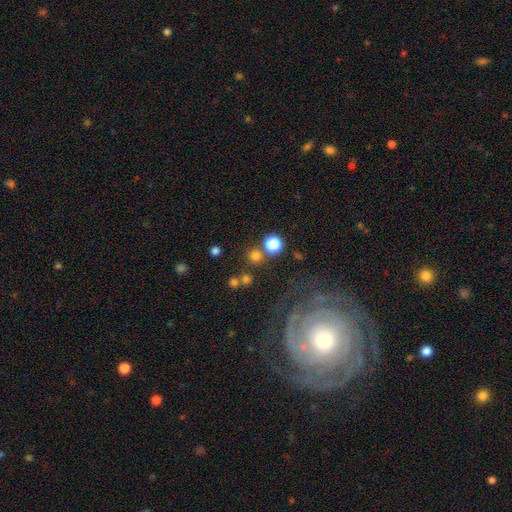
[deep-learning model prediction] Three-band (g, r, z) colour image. It shows a smooth galaxy with no disk features (75%) that is round (93%). Merging: none (76%).